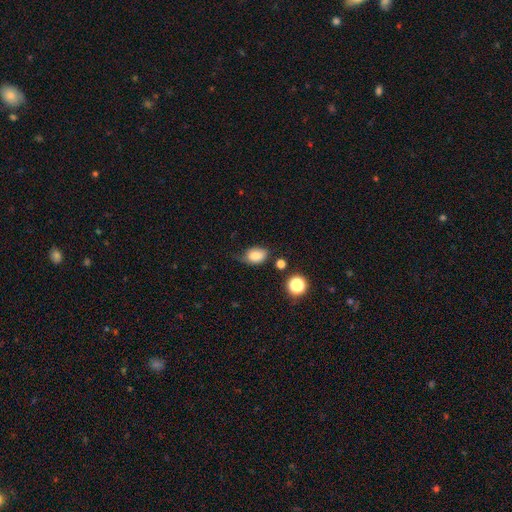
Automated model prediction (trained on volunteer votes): Smooth or featured? Predicted: smooth (p=0.81). How rounded? Predicted: in between (p=0.78). Merging? Predicted: none (p=0.51).